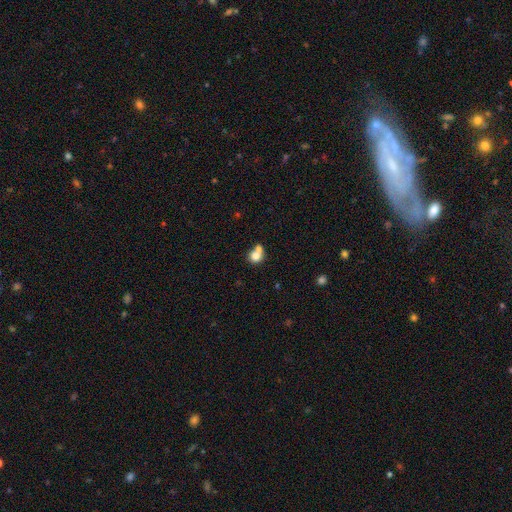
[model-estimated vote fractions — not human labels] This appears to be a smooth galaxy with no disk features (77%) that is round (76%). Merging: merger (55%).